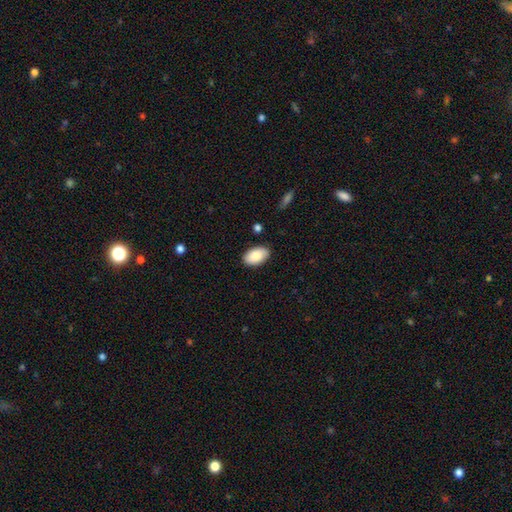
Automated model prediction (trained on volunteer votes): A smooth galaxy with no disk features (86%) that is in between round and cigar-shaped (94%). Merging: none (87%).